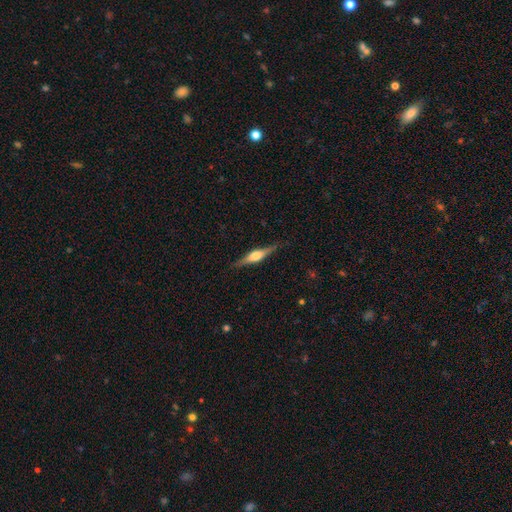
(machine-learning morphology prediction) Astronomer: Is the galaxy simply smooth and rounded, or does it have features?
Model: featured or disk — 71%.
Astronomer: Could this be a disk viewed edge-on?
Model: yes — 97%.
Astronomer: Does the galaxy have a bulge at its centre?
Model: rounded — 87%.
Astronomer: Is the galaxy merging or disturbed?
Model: none — 87%.